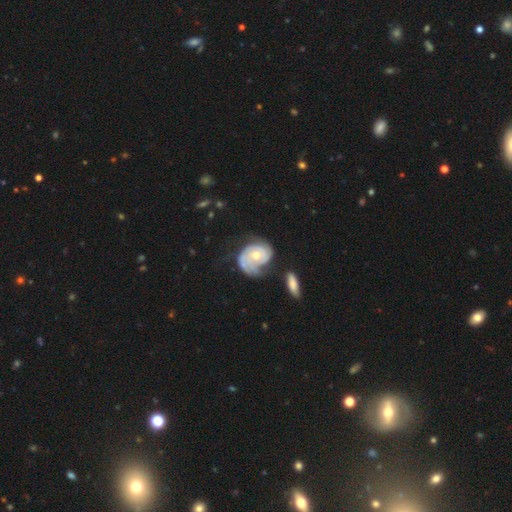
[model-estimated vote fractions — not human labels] This appears to be a featured or disk galaxy (79%) with no bar (76%), 2 (46%) tight (59%) spiral arms (91%) and a moderate central bulge (61%). Merging: none (45%).